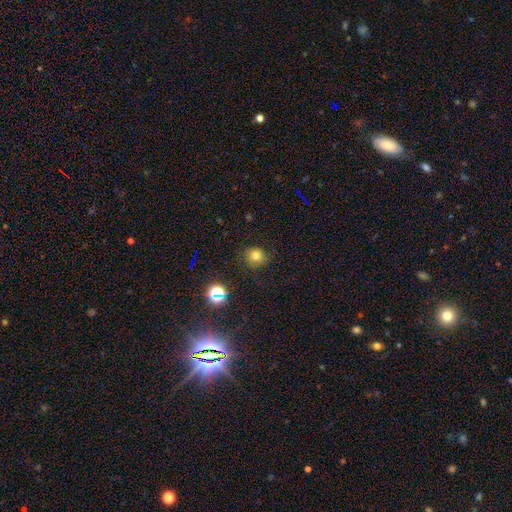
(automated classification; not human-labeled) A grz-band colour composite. It shows a smooth galaxy with no disk features (75%) that is round (83%). Merging: none (81%).